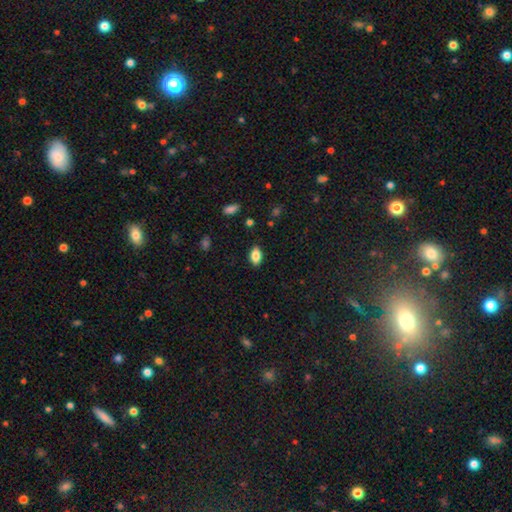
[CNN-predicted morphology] This appears to be a smooth galaxy with no disk features (83%) that is in between round and cigar-shaped (90%). Merging: none (86%).